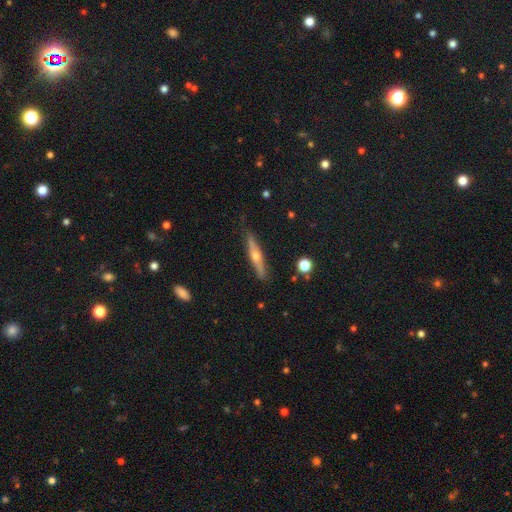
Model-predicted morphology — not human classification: This is likely a featured or disk galaxy (66%). It is clearly viewed edge-on (94%). Edge-on bulge: clearly rounded (91%). Merging: clearly none (85%).